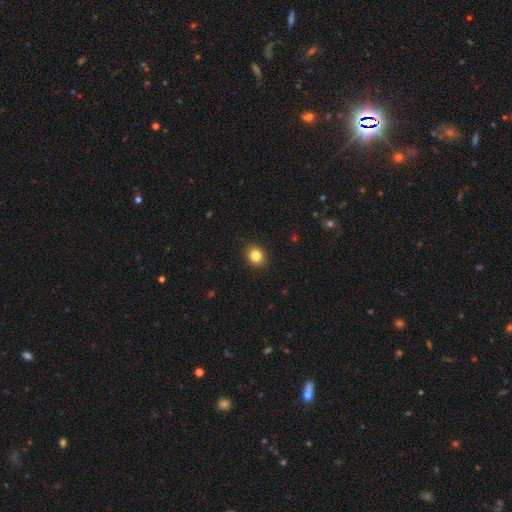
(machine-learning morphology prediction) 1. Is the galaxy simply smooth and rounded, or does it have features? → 84% smooth, 10% star or artifact, 6% featured or disk.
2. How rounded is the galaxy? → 56% round, 43% in between, 1% cigar-shaped.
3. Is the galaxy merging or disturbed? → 90% none, 8% minor disturbance, 2% major disturbance, 1% merger.